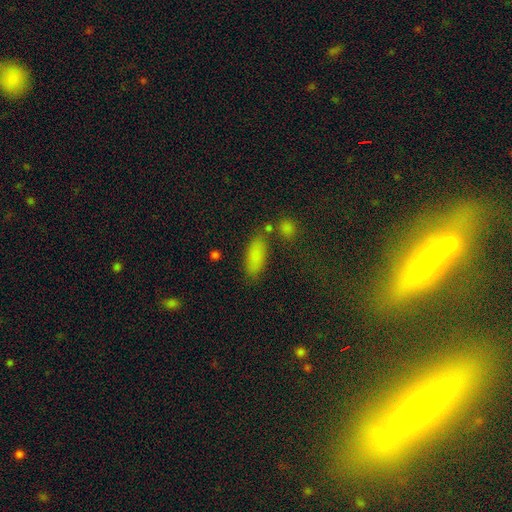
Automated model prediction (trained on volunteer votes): smooth_or_featured: smooth (p=0.81) [alt: star or artifact p=0.11]
how_rounded: in between (p=0.76) [alt: cigar-shaped p=0.21]
merging: none (p=0.71) [alt: minor disturbance p=0.15]